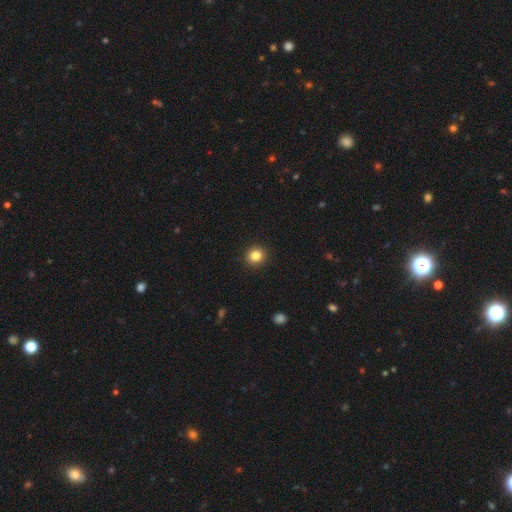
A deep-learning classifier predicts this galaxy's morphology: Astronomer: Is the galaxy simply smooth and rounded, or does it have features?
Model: smooth — 84%.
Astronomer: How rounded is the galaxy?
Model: round — 91%.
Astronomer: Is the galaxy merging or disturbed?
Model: none — 93%.